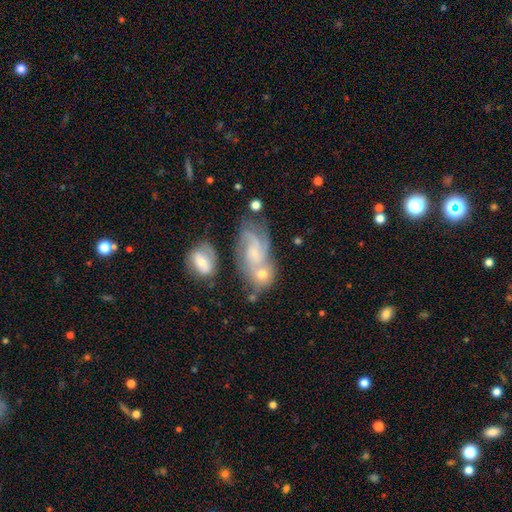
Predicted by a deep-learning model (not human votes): Smooth or featured? featured or disk (73%)
Edge-on disk? no (95%)
Bar? no (57%)
Spiral arms? yes (92%)
Spiral winding? tight (45%)
Spiral arm count? can't tell (31%)
Bulge size? small (59%)
Merging? none (50%)